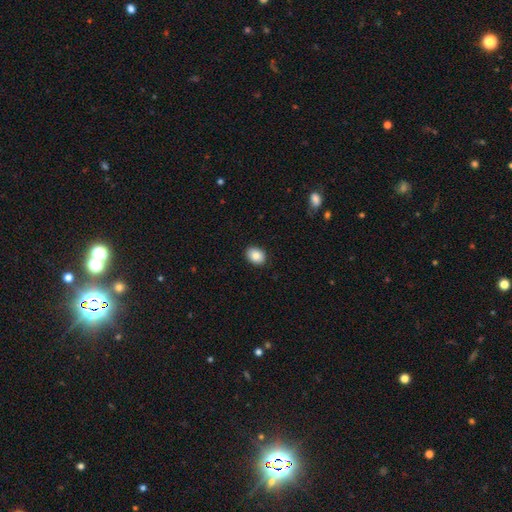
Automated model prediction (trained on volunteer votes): smooth_or_featured: smooth (p=0.86) [alt: star or artifact p=0.08]
how_rounded: in between (p=0.72) [alt: round p=0.27]
merging: none (p=0.90) [alt: minor disturbance p=0.08]